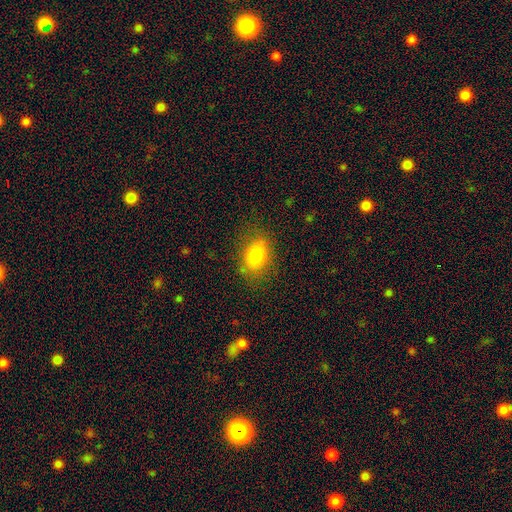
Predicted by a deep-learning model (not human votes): A smooth galaxy with no disk features (79%) that is in between round and cigar-shaped (75%).

Vote fractions:
- Smooth or featured? smooth: 79% / featured or disk: 11% / star or artifact: 9%
- How rounded? in between: 75% / round: 24% / cigar-shaped: 1%
- Merging? none: 77% / minor disturbance: 16% / major disturbance: 6% / merger: 1%